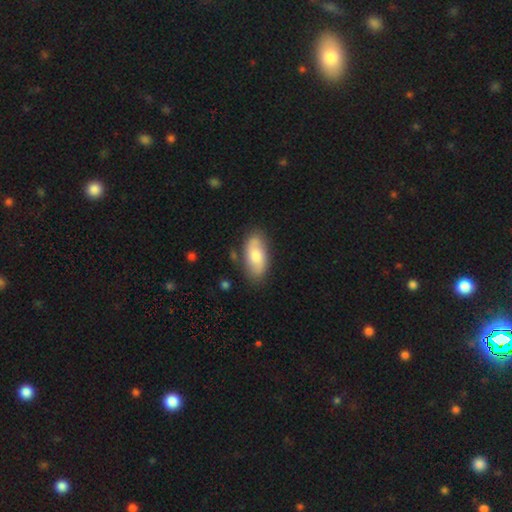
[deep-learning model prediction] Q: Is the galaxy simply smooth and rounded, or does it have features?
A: smooth — 63%.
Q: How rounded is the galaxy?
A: in between — 90%.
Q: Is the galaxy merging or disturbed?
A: none — 79%.